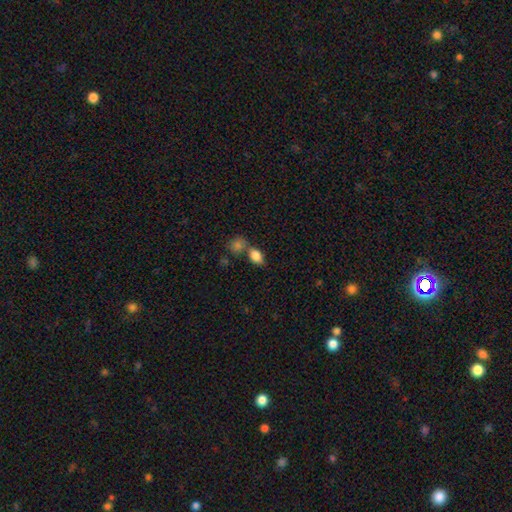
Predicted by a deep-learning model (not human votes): smooth-or-featured: smooth: 84% | star or artifact: 9% | featured or disk: 7%
  how-rounded: in between: 82% | round: 16% | cigar-shaped: 2%
  merging: none: 47% | merger: 35% | minor disturbance: 12% | major disturbance: 5%